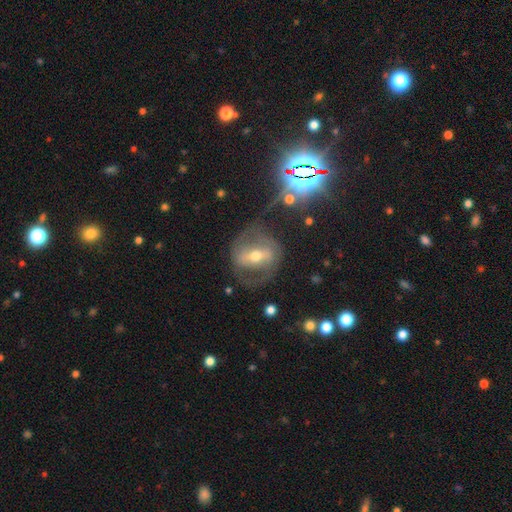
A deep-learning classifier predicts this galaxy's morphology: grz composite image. It shows a featured or disk galaxy (72%) with a strong bar (57%), 2 (84%) medium (49%) spiral arms (76%) and a moderate central bulge (64%). Merging: none (70%).